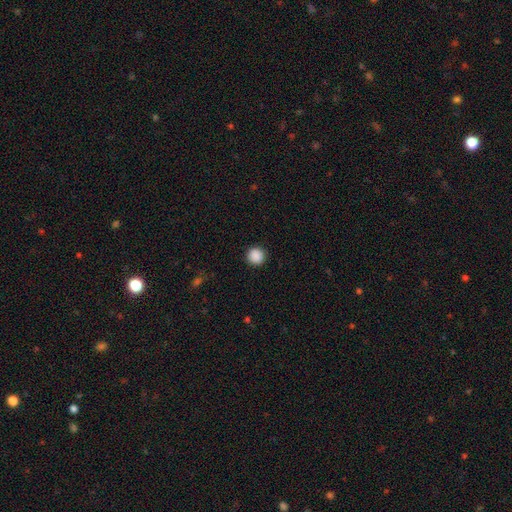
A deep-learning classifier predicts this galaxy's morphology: smooth-or-featured: smooth: 89% | star or artifact: 9% | featured or disk: 2%
  how-rounded: round: 95% | in between: 4% | cigar-shaped: 1%
  merging: none: 92% | minor disturbance: 5% | major disturbance: 2% | merger: 1%